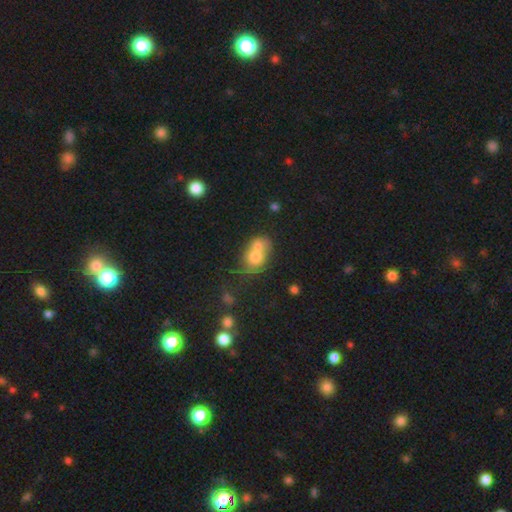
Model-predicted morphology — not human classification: Smooth or featured: smooth — 67% (featured or disk — 20%)
How rounded: round — 50% (in between — 48%)
Merging: merger — 63% (none — 23%)